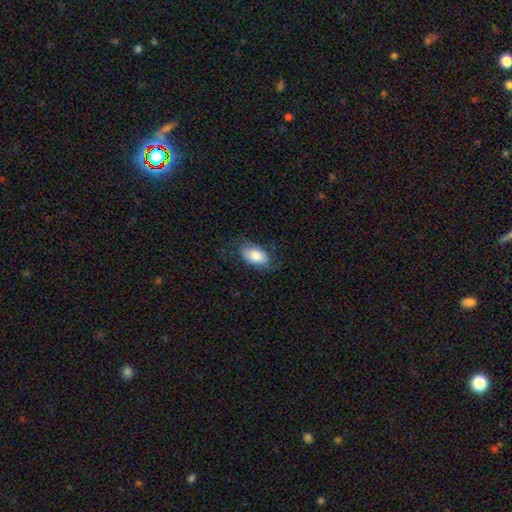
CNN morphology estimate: smooth 79%, featured or disk 15%, star or artifact 6%. Down the decision tree: how rounded — in between (92%); merging — none (71%).